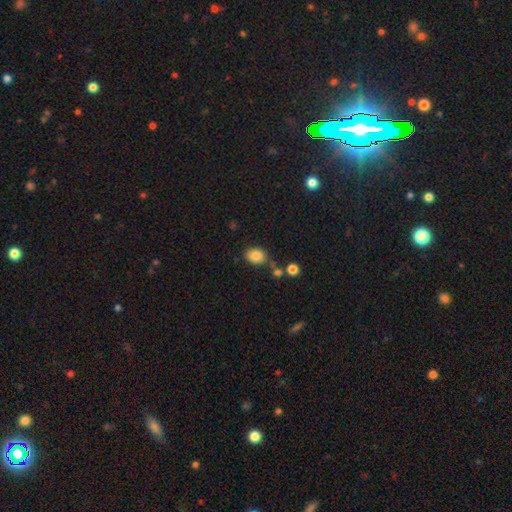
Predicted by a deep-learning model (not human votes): Smooth or featured: smooth — 85% (star or artifact — 10%)
How rounded: in between — 58% (round — 40%)
Merging: none — 68% (minor disturbance — 16%)